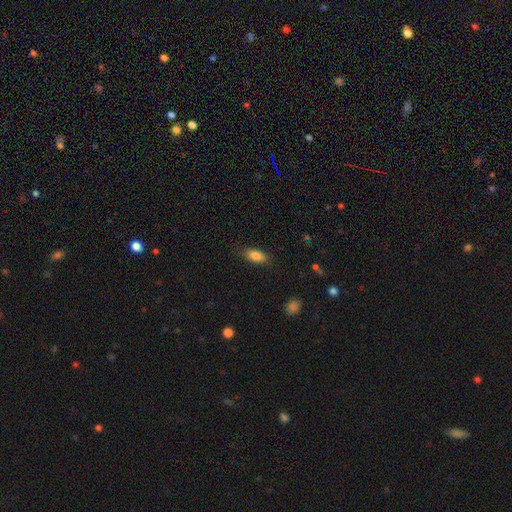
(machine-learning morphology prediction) Smooth or featured? Predicted: smooth (p=0.82). How rounded? Predicted: in between (p=0.83). Merging? Predicted: none (p=0.80).